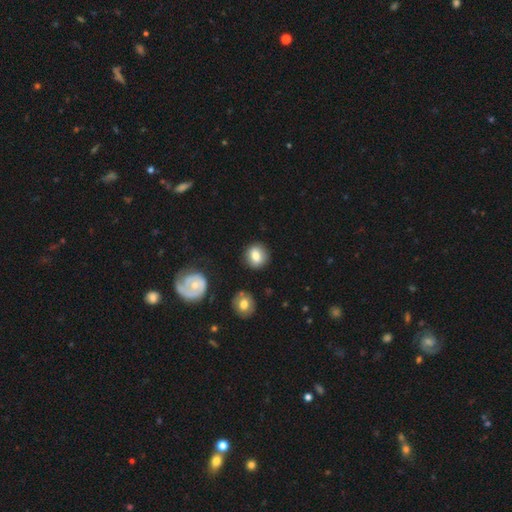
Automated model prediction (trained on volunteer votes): smooth-or-featured: smooth: 76% | featured or disk: 15% | star or artifact: 9%
  how-rounded: round: 77% | in between: 21% | cigar-shaped: 1%
  merging: none: 86% | minor disturbance: 9% | merger: 3% | major disturbance: 3%